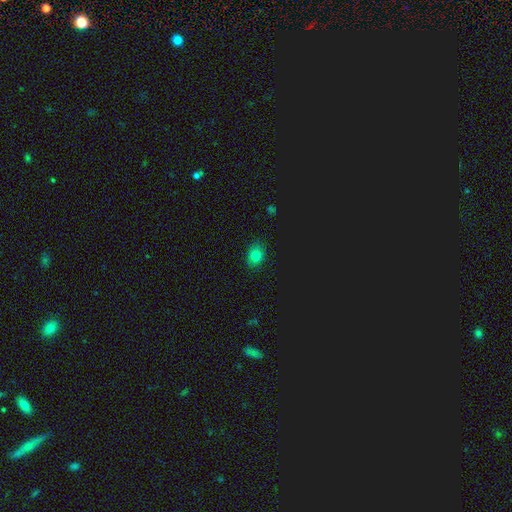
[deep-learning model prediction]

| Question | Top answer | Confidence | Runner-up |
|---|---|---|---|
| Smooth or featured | smooth | 76% | star or artifact (18%) |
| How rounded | in between | 63% | round (35%) |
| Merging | none | 84% | minor disturbance (12%) |